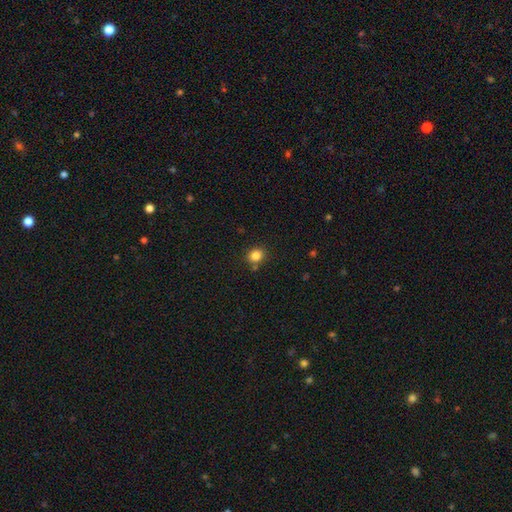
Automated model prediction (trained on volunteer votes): This appears to be a smooth galaxy with no disk features (83%) that is round (77%). Merging: none (79%).